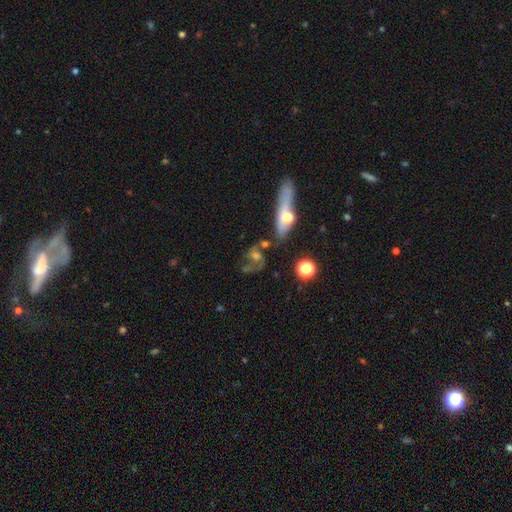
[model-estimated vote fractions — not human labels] Smooth or featured? Predicted: featured or disk (p=0.60). Edge-on disk? Predicted: no (p=0.84). Bar? Predicted: no (p=0.69). Spiral arms? Predicted: yes (p=0.73). Bulge size? Predicted: moderate (p=0.53). Merging? Predicted: none (p=0.52).